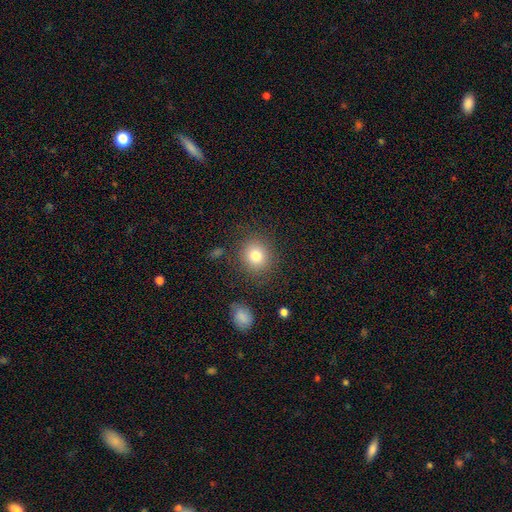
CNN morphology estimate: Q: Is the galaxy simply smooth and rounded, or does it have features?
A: smooth — 80%.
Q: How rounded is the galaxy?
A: round — 83%.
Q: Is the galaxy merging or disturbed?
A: none — 83%.